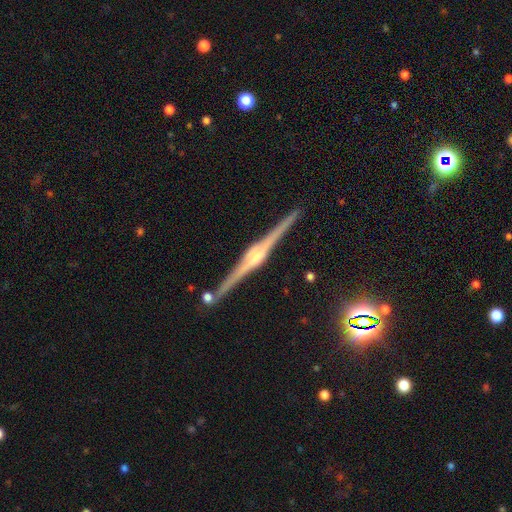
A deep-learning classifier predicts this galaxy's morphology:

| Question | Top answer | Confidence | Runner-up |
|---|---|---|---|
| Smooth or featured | featured or disk | 89% | smooth (6%) |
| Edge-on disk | yes | 98% | no (2%) |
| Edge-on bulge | rounded | 79% | boxy (16%) |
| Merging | none | 89% | minor disturbance (7%) |